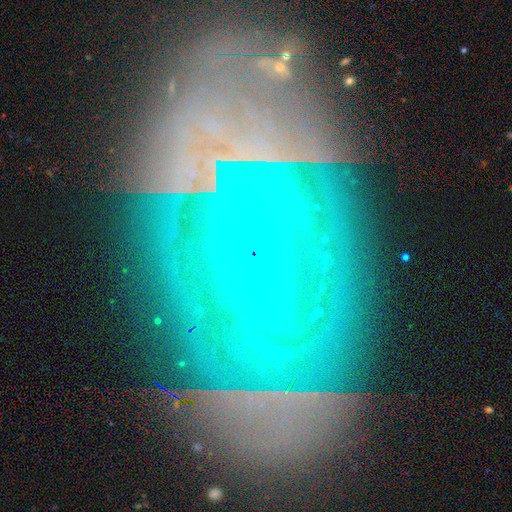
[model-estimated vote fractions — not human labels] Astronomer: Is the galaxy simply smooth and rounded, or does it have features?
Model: featured or disk — 76%.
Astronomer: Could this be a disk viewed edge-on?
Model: no — 90%.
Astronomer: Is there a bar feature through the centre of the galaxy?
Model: strong — 41% (runner-up: weak, 34%).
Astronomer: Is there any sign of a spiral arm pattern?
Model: no — 53% (runner-up: yes, 47%).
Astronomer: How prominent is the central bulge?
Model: small — 42% (runner-up: moderate, 35%).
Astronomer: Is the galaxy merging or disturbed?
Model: none — 57%.